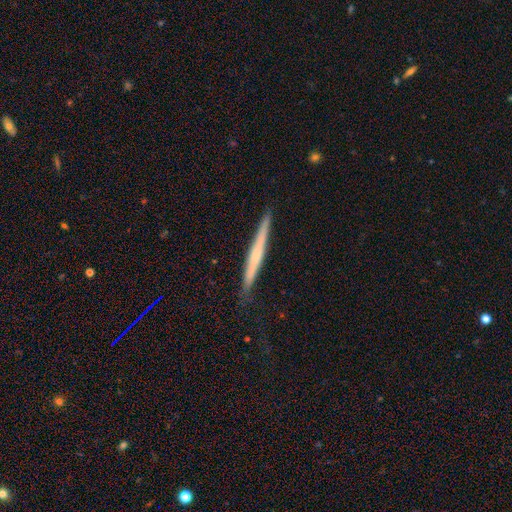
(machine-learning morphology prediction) A featured or disk galaxy (52%) viewed edge-on (97%) with no central bulge (57%).

Vote fractions:
- Smooth or featured? featured or disk: 52% / smooth: 42% / star or artifact: 6%
- Edge-on disk? yes: 97% / no: 3%
- Edge-on bulge? none: 57% / rounded: 34% / boxy: 8%
- Merging? none: 87% / minor disturbance: 10% / major disturbance: 2% / merger: 1%